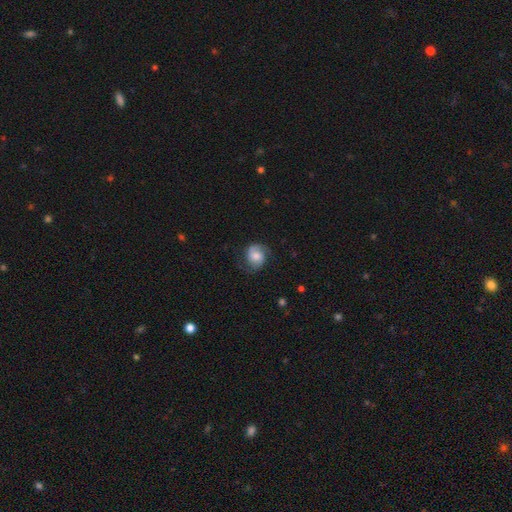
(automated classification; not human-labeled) Smooth or featured? Predicted: featured or disk (p=0.50). Merging? Predicted: none (p=0.67).